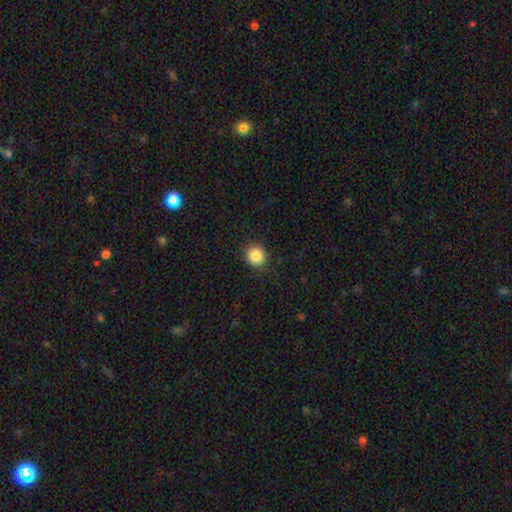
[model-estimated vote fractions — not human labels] Morphology: type=smooth (86%); roundness=round (89%); merging=none (90%).